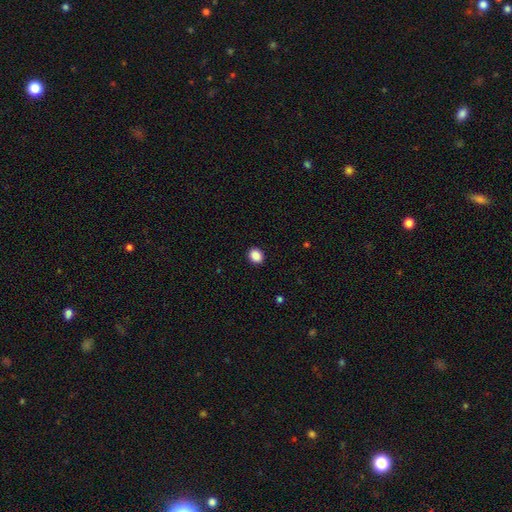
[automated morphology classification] Overall: smooth (89%). How rounded: round (59%; in between 40%). Merging: none (91%).